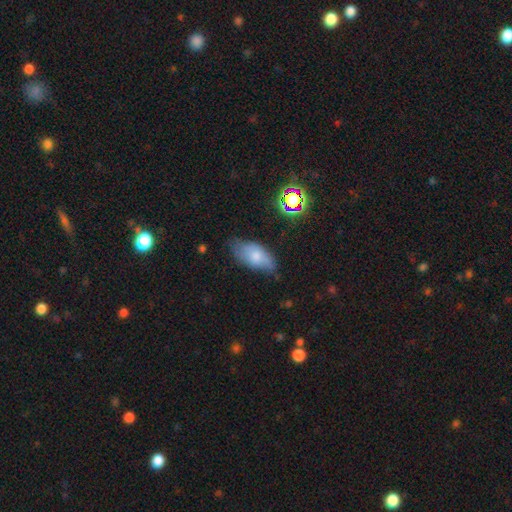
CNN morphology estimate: Smooth or featured: smooth — 68% (featured or disk — 22%)
How rounded: in between — 91% (cigar-shaped — 5%)
Merging: none — 56% (minor disturbance — 34%)